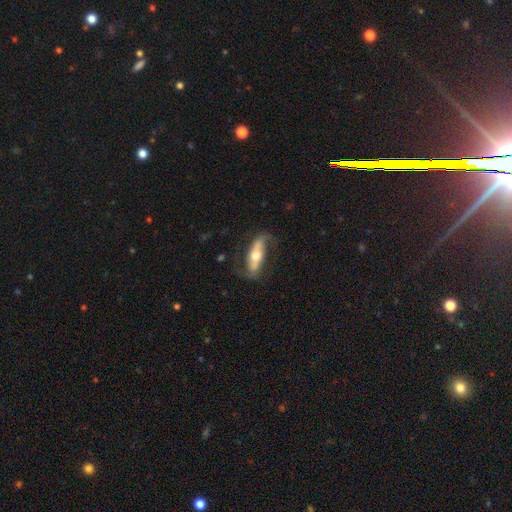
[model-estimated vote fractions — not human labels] Smooth or featured? featured or disk (68%)
Edge-on disk? no (68%)
Merging? none (69%)